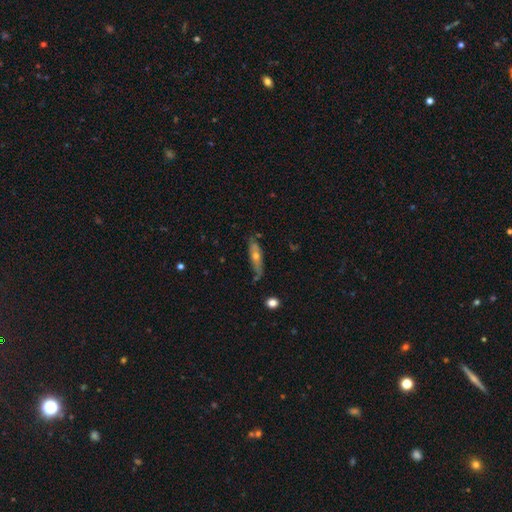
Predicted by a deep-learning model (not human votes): Smooth or featured? featured or disk (58%)
Edge-on disk? yes (60%)
Merging? none (71%)